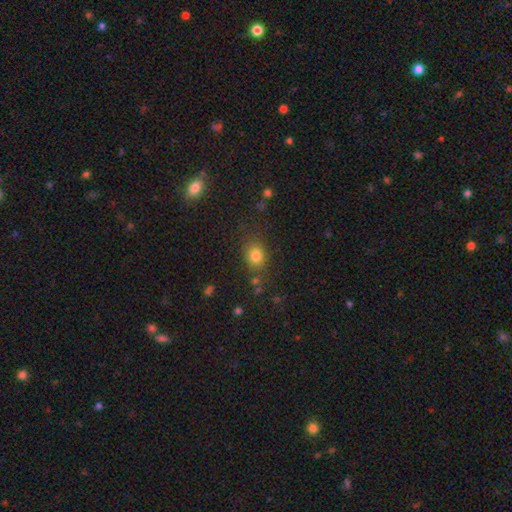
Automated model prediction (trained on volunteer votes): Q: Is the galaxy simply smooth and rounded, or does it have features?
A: smooth — 80%.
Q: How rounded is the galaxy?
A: round — 51%.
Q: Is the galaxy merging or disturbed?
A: none — 75%.